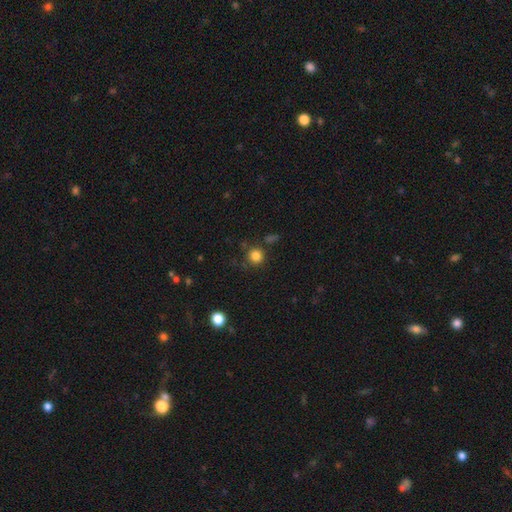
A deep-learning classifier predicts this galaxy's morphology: This is clearly a smooth galaxy (83%). How rounded: clearly round (93%). Merging: clearly none (83%).